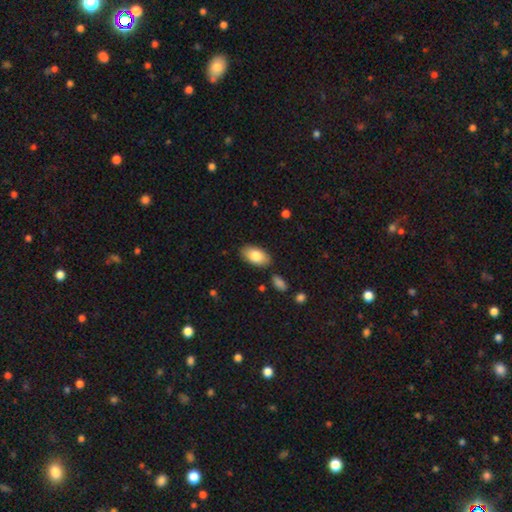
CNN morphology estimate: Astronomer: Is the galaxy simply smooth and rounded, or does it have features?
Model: smooth — 81%.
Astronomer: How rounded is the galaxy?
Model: in between — 94%.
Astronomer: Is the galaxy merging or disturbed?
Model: none — 84%.